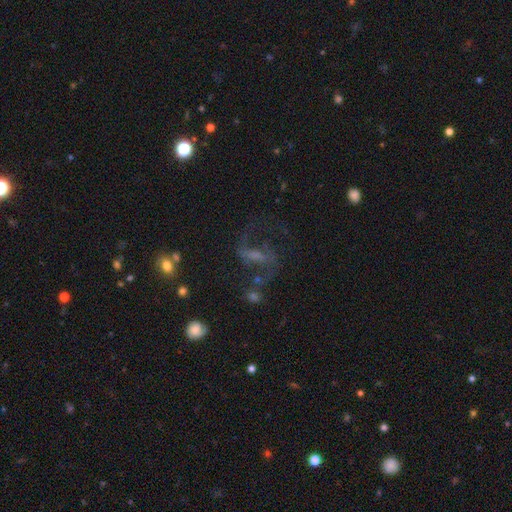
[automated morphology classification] type=featured or disk (67%); edge-on=no (95%); bar=weak (40%); spiral arms=yes (82%); winding=loose (46%); arm count=2 (83%); bulge=none (34%); merging=none (54%).